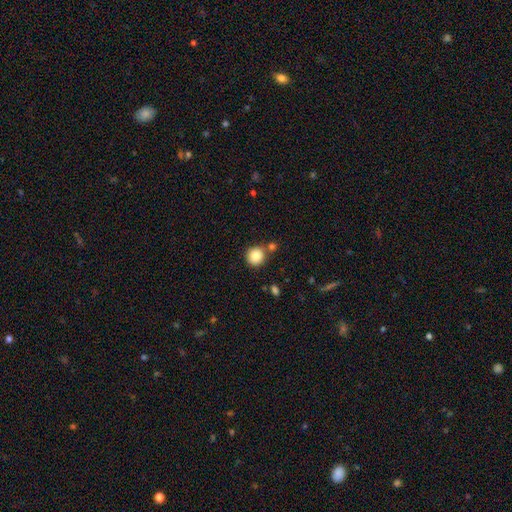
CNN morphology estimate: smooth_or_featured: smooth (p=0.85) [alt: star or artifact p=0.10]
how_rounded: round (p=0.92) [alt: in between p=0.08]
merging: none (p=0.73) [alt: merger p=0.14]